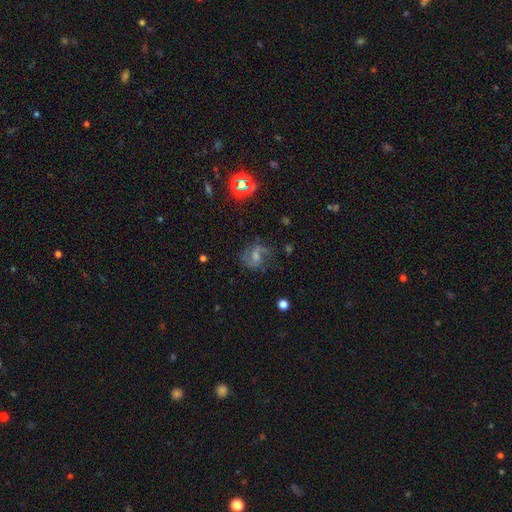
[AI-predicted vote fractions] Q: Smooth or featured?
A: featured or disk (63%); runner-up: star or artifact (21%)
Q: Edge-on disk?
A: no (97%); runner-up: yes (3%)
Q: Bar?
A: weak (48%); runner-up: no (35%)
Q: Spiral arms?
A: yes (90%); runner-up: no (10%)
Q: Spiral winding?
A: medium (49%); runner-up: loose (31%)
Q: Spiral arm count?
A: 2 (77%); runner-up: can't tell (11%)
Q: Bulge size?
A: moderate (45%); runner-up: small (40%)
Q: Merging?
A: none (72%); runner-up: minor disturbance (16%)